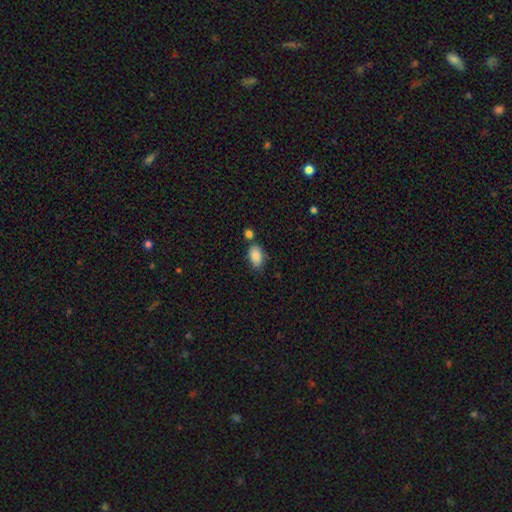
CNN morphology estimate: This is clearly a smooth galaxy (85%). How rounded: clearly in between (89%). Merging: likely none (60%).